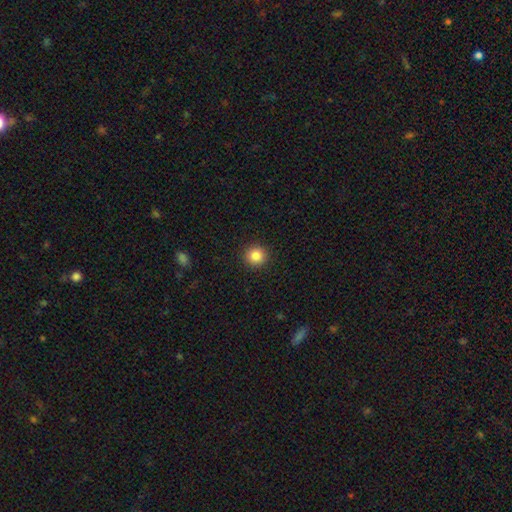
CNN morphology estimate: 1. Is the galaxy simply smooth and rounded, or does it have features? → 86% smooth, 10% star or artifact, 4% featured or disk.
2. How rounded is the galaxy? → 93% round, 6% in between, 1% cigar-shaped.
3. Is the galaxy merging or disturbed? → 92% none, 5% minor disturbance, 2% major disturbance, 1% merger.